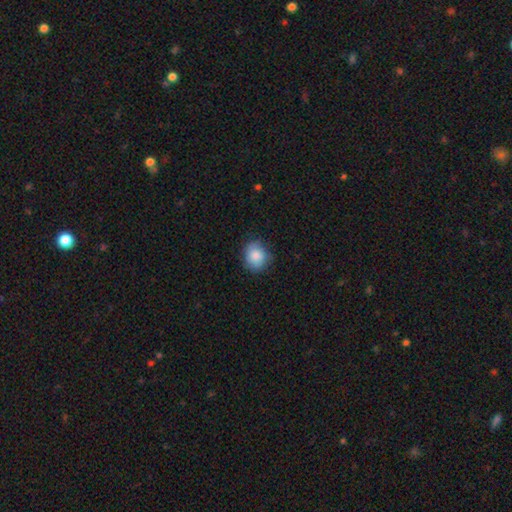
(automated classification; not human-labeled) Smooth or featured?
  - smooth: 85% *
  - featured or disk: 8%
  - star or artifact: 8%
How rounded?
  - round: 72% *
  - in between: 27%
  - cigar-shaped: 1%
Merging?
  - none: 76% *
  - minor disturbance: 18%
  - major disturbance: 4%
  - merger: 1%